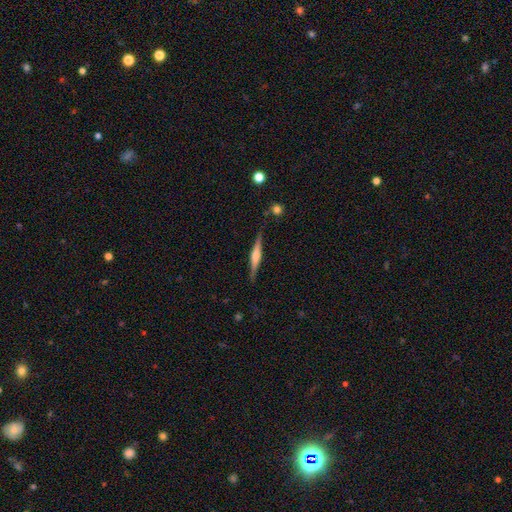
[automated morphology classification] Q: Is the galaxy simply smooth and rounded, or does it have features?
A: featured or disk — 72%.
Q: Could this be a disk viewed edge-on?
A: yes — 98%.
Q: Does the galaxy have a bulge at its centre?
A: rounded — 68%.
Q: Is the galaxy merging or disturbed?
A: none — 87%.